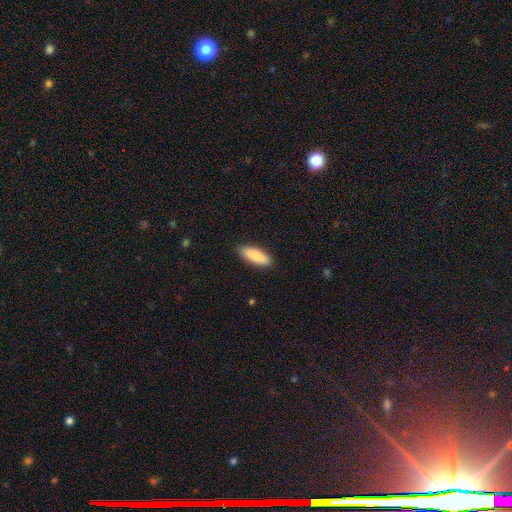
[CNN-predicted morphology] type=smooth (87%); roundness=in between (61%); merging=none (87%).